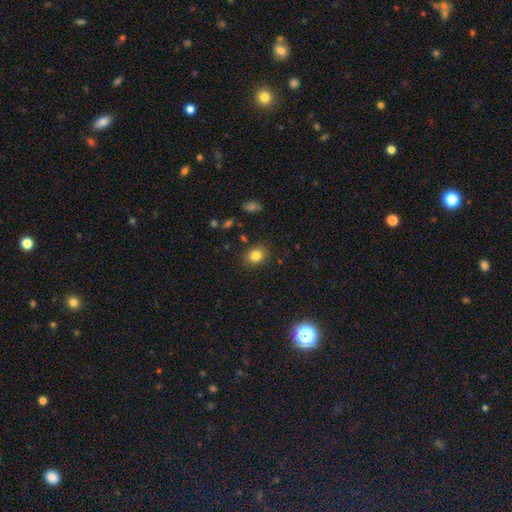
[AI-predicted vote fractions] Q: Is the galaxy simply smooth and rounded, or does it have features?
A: smooth — 82%.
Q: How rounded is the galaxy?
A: round — 52%.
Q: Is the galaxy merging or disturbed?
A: none — 85%.